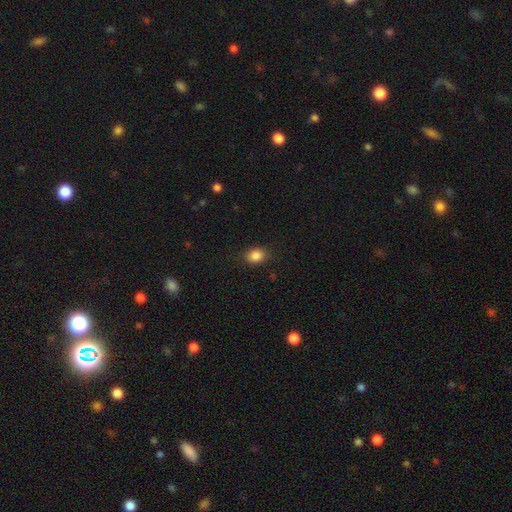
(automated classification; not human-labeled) smooth 87%, star or artifact 9%, featured or disk 4%. Down the decision tree: how rounded — round (50%); merging — none (86%).